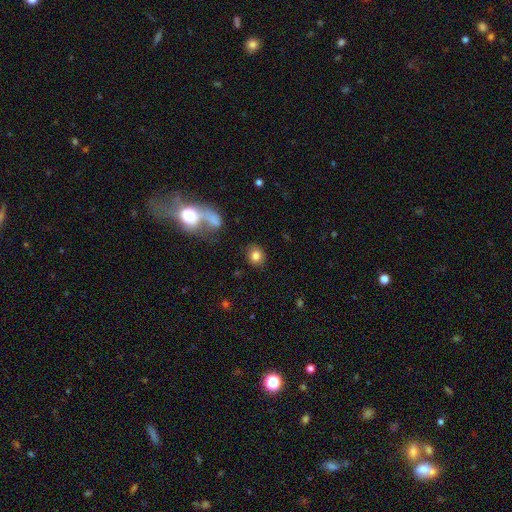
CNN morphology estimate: Q: Smooth or featured?
A: smooth (82%); runner-up: star or artifact (10%)
Q: How rounded?
A: round (73%); runner-up: in between (26%)
Q: Merging?
A: none (84%); runner-up: minor disturbance (9%)